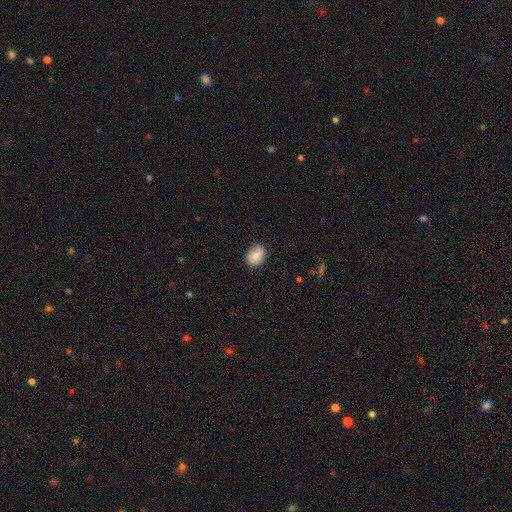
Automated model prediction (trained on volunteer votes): smooth-or-featured: smooth: 74% | featured or disk: 17% | star or artifact: 9%
  how-rounded: in between: 62% | round: 36% | cigar-shaped: 1%
  merging: none: 72% | minor disturbance: 22% | major disturbance: 4% | merger: 2%